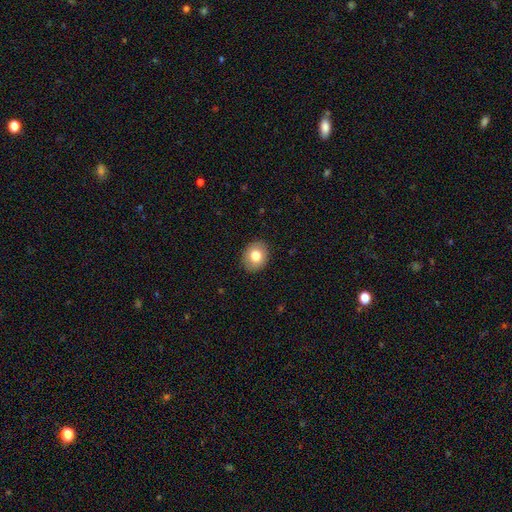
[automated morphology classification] This appears to be a smooth galaxy with no disk features (79%) that is round (52%). Merging: none (89%).